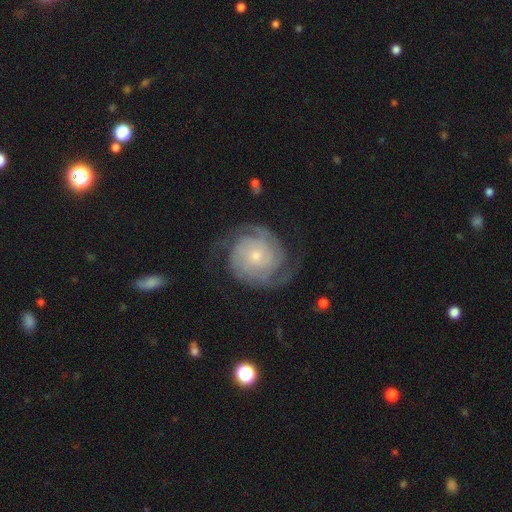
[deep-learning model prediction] A featured or disk galaxy (88%) with no bar (77%), 2 (66%) tight (62%) spiral arms (97%) and a small central bulge (74%). Merging: none (74%).